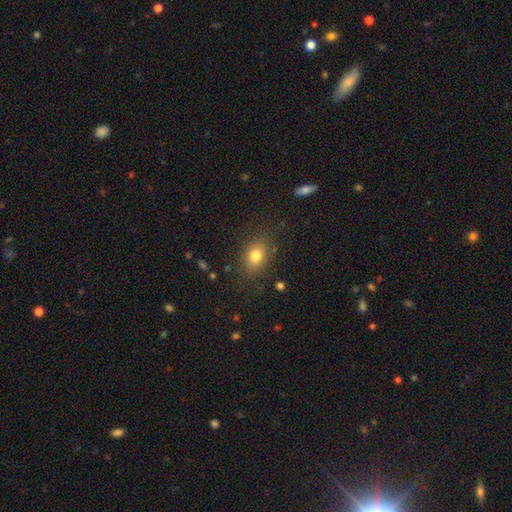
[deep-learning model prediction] Smooth or featured: smooth — 79% (star or artifact — 12%)
How rounded: in between — 62% (round — 36%)
Merging: none — 83% (minor disturbance — 11%)